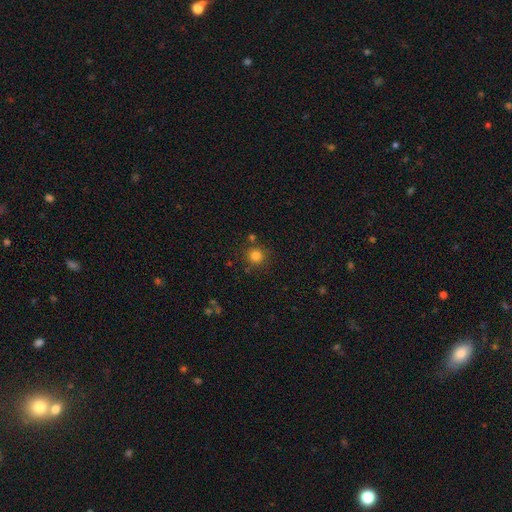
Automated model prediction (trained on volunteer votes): This appears to be a smooth galaxy with no disk features (82%) that is round (94%). Merging: none (82%).